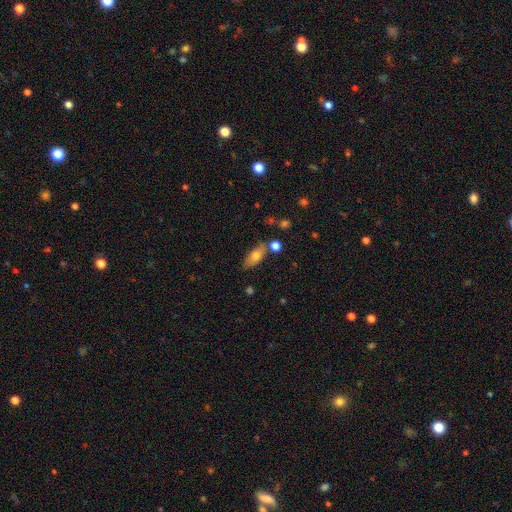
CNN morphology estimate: Smooth or featured? smooth (69%)
How rounded? in between (75%)
Merging? none (73%)